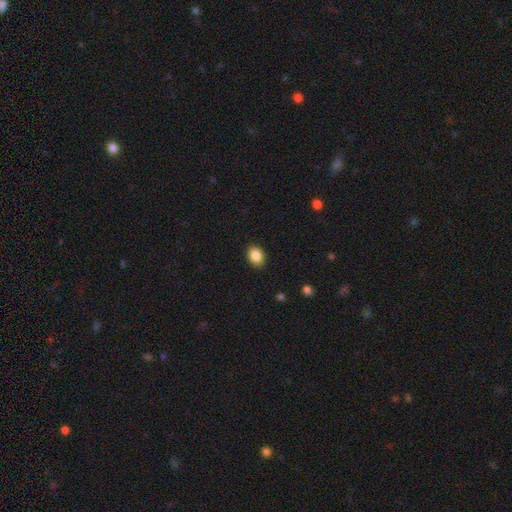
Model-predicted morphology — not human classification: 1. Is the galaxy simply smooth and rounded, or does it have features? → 87% smooth, 8% star or artifact, 5% featured or disk.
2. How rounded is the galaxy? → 71% in between, 28% round, 1% cigar-shaped.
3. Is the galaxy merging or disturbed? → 90% none, 8% minor disturbance, 2% major disturbance, 1% merger.